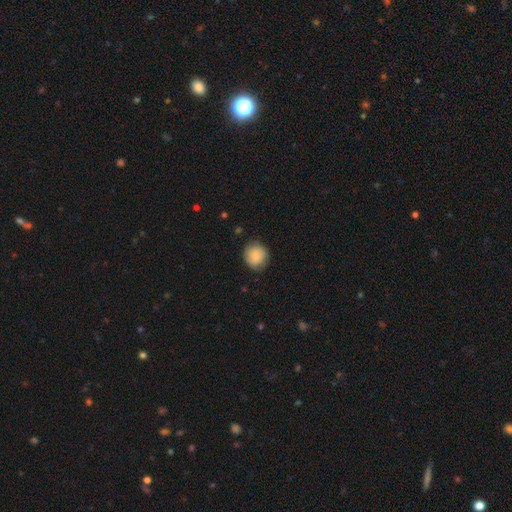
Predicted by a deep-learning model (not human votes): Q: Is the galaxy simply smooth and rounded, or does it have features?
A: smooth — 85%.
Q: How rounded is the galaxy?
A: round — 91%.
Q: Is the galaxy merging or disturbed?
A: none — 83%.